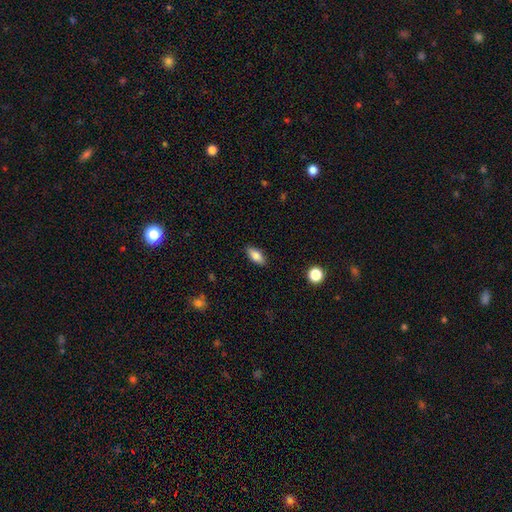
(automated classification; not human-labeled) This is clearly a smooth galaxy (82%). How rounded: clearly in between (87%). Merging: clearly none (88%).